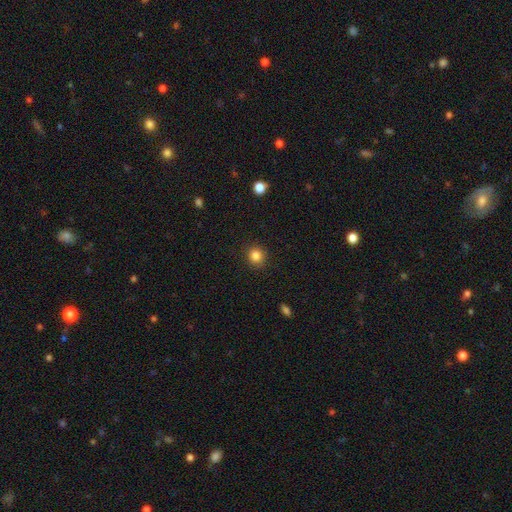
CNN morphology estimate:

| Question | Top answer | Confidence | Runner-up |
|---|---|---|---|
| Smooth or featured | smooth | 85% | star or artifact (11%) |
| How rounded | round | 87% | in between (12%) |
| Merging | none | 90% | minor disturbance (7%) |